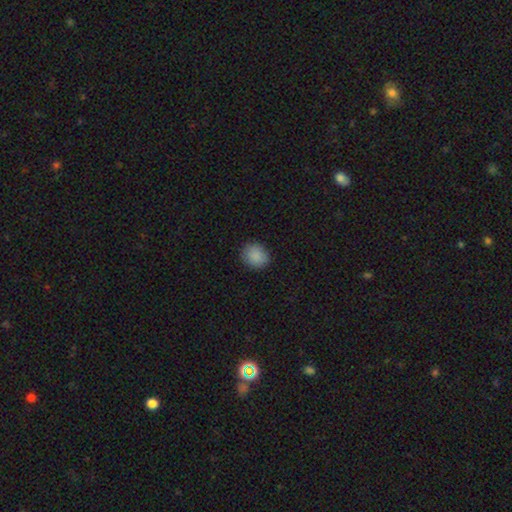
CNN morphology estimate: smooth 88%, star or artifact 8%, featured or disk 3%. Down the decision tree: how rounded — round (74%); merging — none (88%).